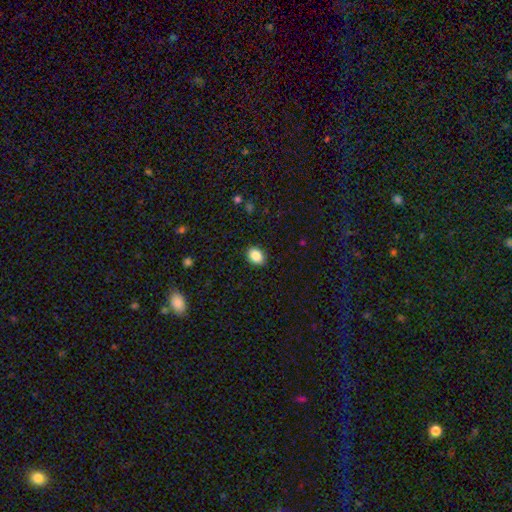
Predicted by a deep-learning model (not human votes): This appears to be a smooth galaxy with no disk features (88%) that is in between round and cigar-shaped (71%). Merging: none (88%).